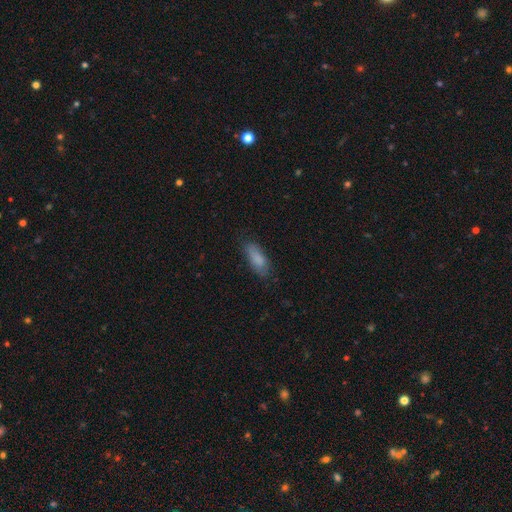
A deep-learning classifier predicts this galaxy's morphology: A smooth galaxy with no disk features (81%) that is in between round and cigar-shaped (67%).

Vote fractions:
- Smooth or featured? smooth: 81% / featured or disk: 11% / star or artifact: 8%
- How rounded? in between: 67% / cigar-shaped: 31% / round: 2%
- Merging? none: 78% / minor disturbance: 17% / major disturbance: 4% / merger: 1%